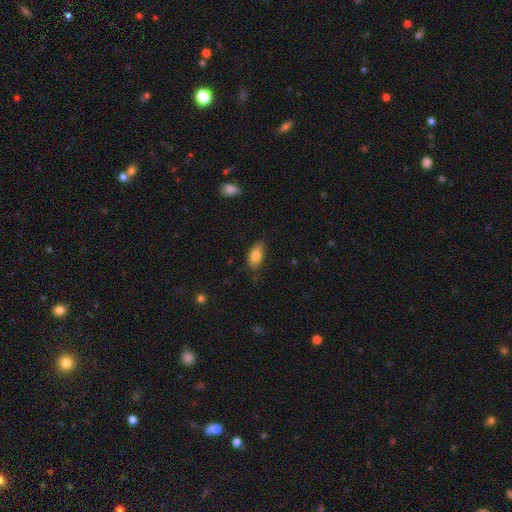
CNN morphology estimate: A smooth galaxy with no disk features (79%) that is in between round and cigar-shaped (89%). Merging: none (68%).